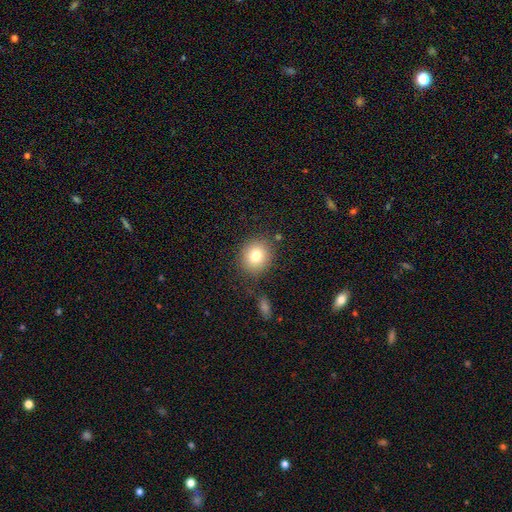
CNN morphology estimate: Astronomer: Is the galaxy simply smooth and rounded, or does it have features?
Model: smooth — 78%.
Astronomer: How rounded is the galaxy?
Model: round — 78%.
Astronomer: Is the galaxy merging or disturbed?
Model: none — 82%.